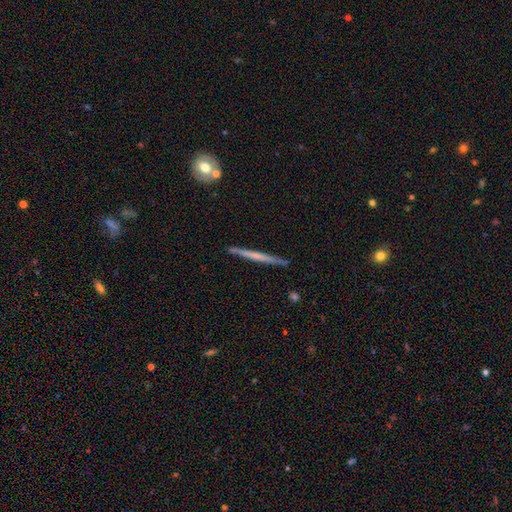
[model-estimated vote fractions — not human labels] The model was most divided on "smooth or featured": featured or disk: 54%, smooth: 41%, star or artifact: 6%. More confident: edge-on disk — yes (97%); merging — none (90%); edge-on bulge — none (82%).